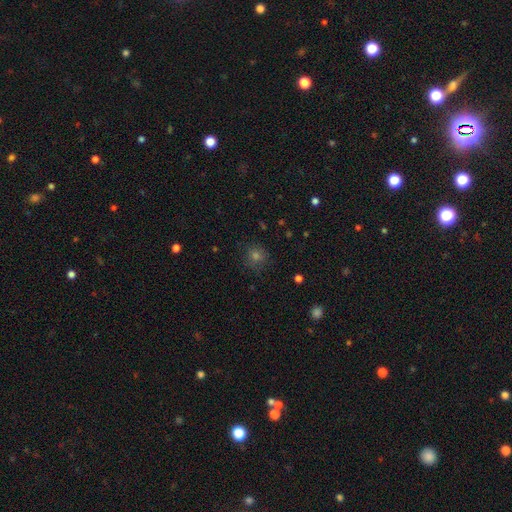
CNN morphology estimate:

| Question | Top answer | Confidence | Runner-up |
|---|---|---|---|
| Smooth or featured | smooth | 62% | star or artifact (28%) |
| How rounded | round | 91% | in between (8%) |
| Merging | none | 85% | minor disturbance (10%) |